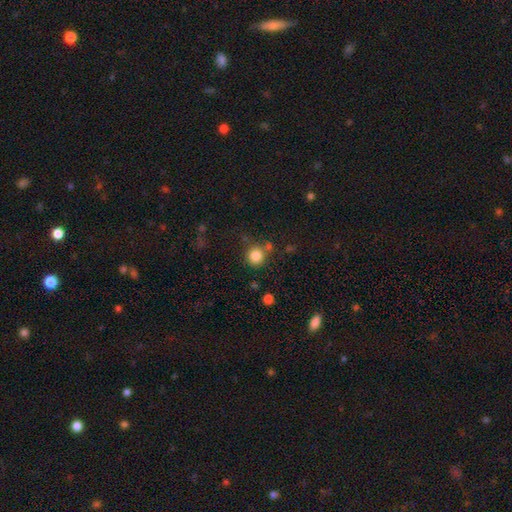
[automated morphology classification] Q: Smooth or featured?
A: smooth (83%); runner-up: star or artifact (11%)
Q: How rounded?
A: round (92%); runner-up: in between (8%)
Q: Merging?
A: none (74%); runner-up: minor disturbance (11%)